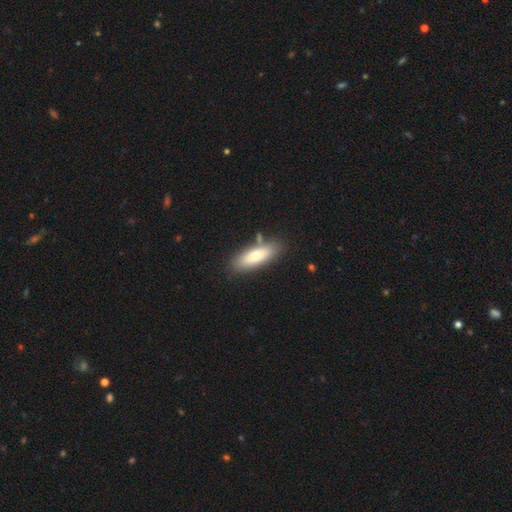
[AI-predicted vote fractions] Smooth or featured? Predicted: smooth (p=0.71). How rounded? Predicted: in between (p=0.63). Merging? Predicted: none (p=0.80).